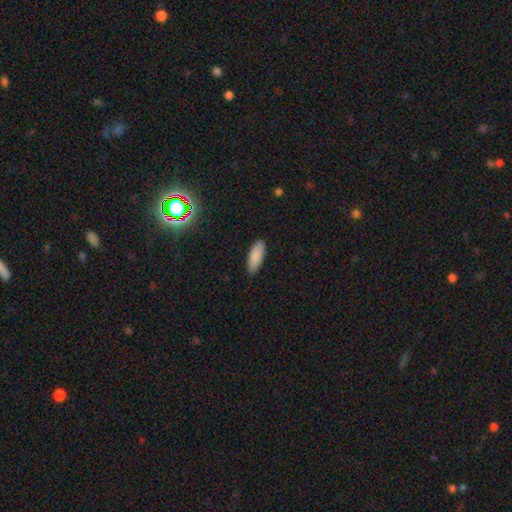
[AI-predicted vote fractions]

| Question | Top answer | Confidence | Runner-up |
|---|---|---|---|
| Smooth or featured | smooth | 87% | star or artifact (7%) |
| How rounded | in between | 72% | cigar-shaped (27%) |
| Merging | none | 87% | minor disturbance (10%) |